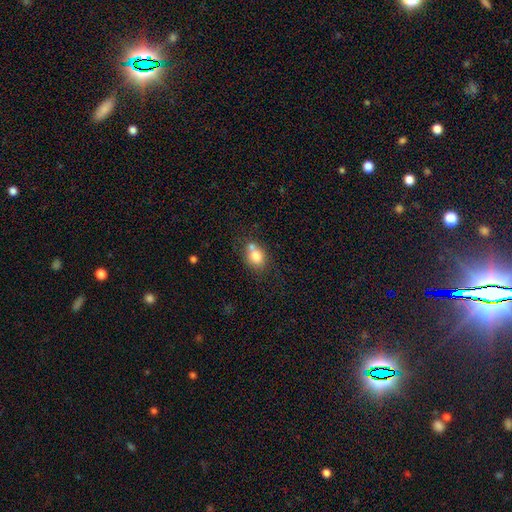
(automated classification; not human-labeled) This appears to be a smooth galaxy with no disk features (77%) that is round (52%). Merging: none (49%).